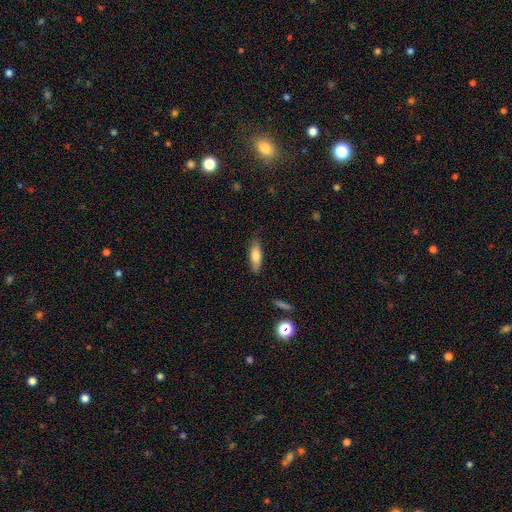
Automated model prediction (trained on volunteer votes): smooth 74%, featured or disk 19%, star or artifact 7%. Down the decision tree: how rounded — in between (52%); merging — none (79%).